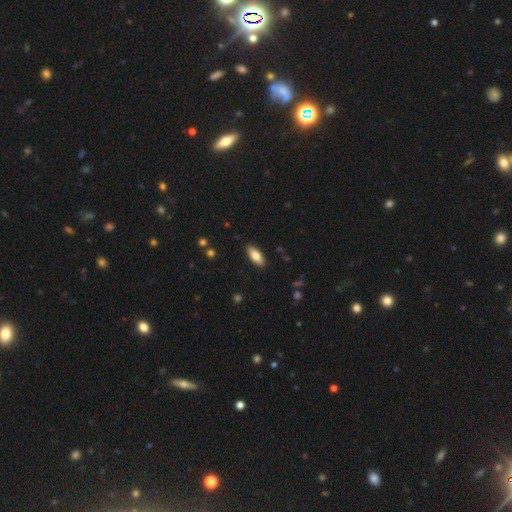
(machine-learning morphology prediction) This is clearly a smooth galaxy (80%). How rounded: clearly in between (83%). Merging: clearly none (89%).